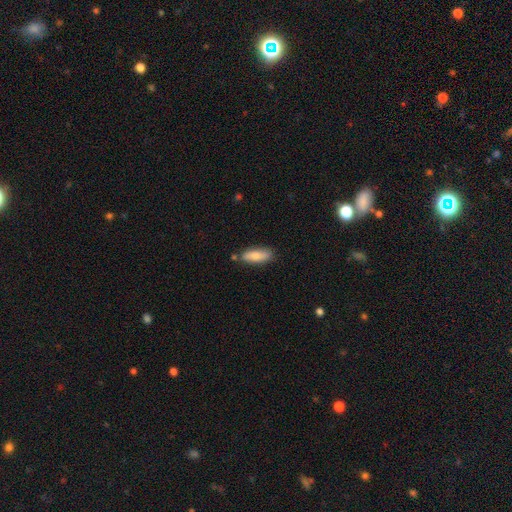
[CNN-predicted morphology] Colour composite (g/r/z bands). It shows a smooth galaxy with no disk features (77%) that is in between round and cigar-shaped (62%). Merging: none (76%).